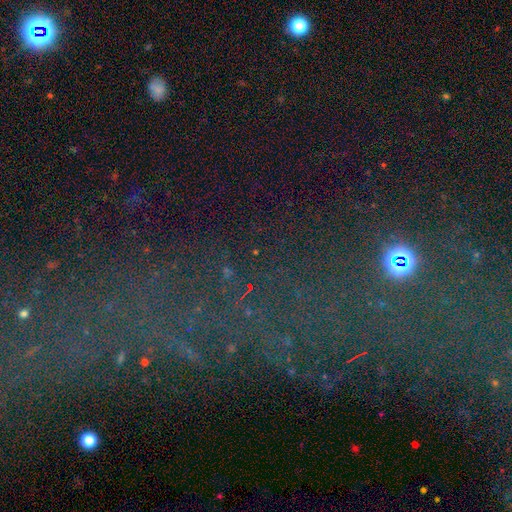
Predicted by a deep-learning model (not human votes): Morphology: type=star or artifact (75%).